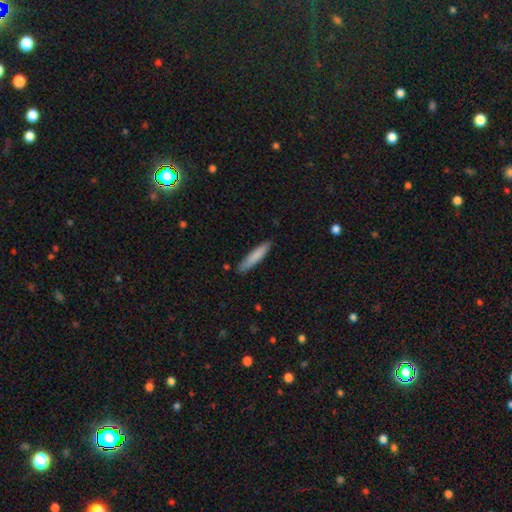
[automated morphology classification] smooth 82%, featured or disk 13%, star or artifact 6%. Down the decision tree: how rounded — cigar-shaped (88%); merging — none (84%).